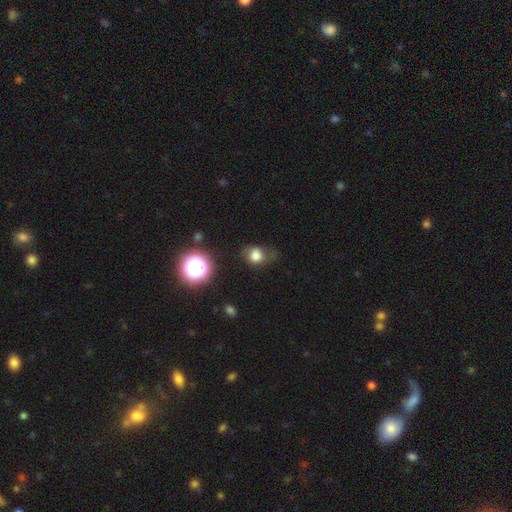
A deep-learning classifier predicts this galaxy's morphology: Smooth or featured? Predicted: smooth (p=0.76). How rounded? Predicted: round (p=0.66). Merging? Predicted: none (p=0.49).